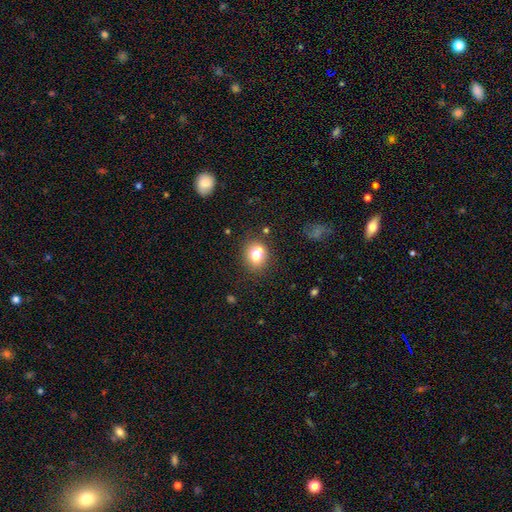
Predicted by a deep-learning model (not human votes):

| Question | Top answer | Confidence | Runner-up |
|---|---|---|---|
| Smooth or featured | smooth | 72% | featured or disk (16%) |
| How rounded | round | 63% | in between (36%) |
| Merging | none | 64% | merger (18%) |